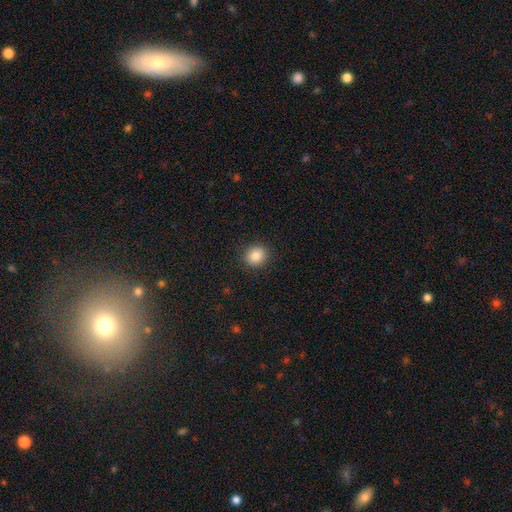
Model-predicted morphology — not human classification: Smooth or featured?
  - smooth: 86% *
  - star or artifact: 10%
  - featured or disk: 5%
How rounded?
  - round: 79% *
  - in between: 20%
  - cigar-shaped: 1%
Merging?
  - none: 90% *
  - minor disturbance: 7%
  - major disturbance: 2%
  - merger: 1%